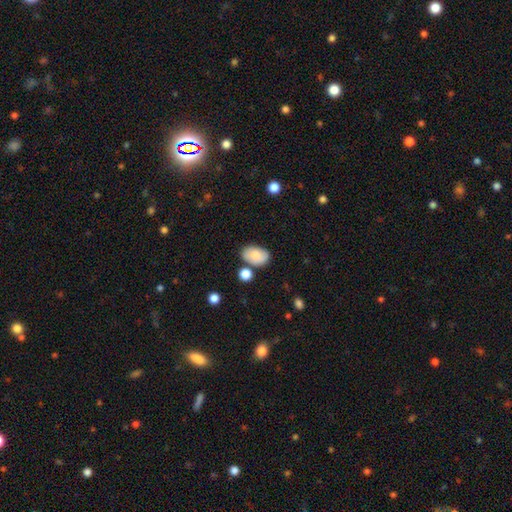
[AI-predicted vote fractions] Morphology: type=smooth (80%); roundness=in between (89%); merging=none (70%).